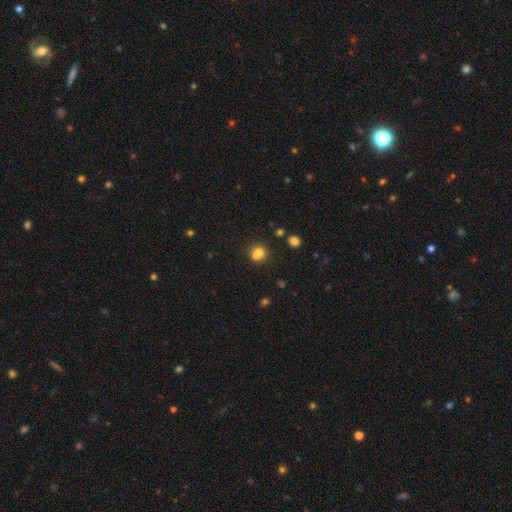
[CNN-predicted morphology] Q: Smooth or featured?
A: smooth (69%); runner-up: star or artifact (18%)
Q: How rounded?
A: round (77%); runner-up: in between (21%)
Q: Merging?
A: none (45%); runner-up: merger (44%)